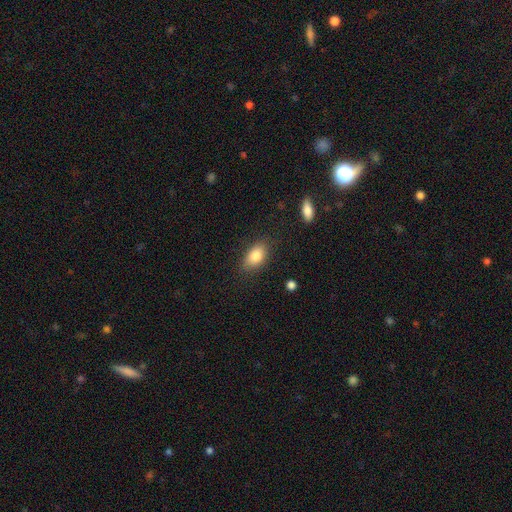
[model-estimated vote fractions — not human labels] A smooth galaxy with no disk features (83%) that is in between round and cigar-shaped (88%).

Vote fractions:
- Smooth or featured? smooth: 83% / featured or disk: 10% / star or artifact: 8%
- How rounded? in between: 88% / round: 9% / cigar-shaped: 3%
- Merging? none: 81% / minor disturbance: 14% / major disturbance: 3% / merger: 1%